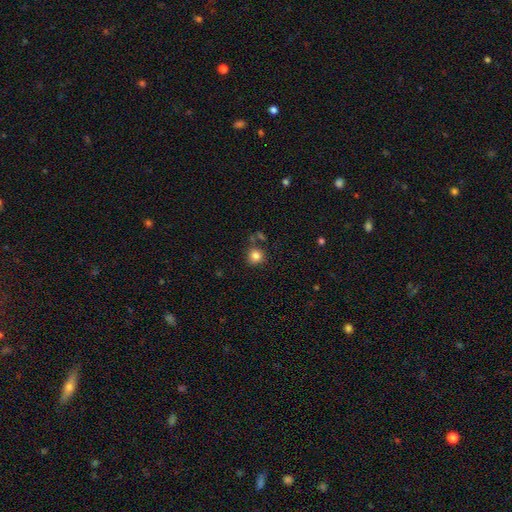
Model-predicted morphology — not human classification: smooth-or-featured: smooth: 83% | star or artifact: 11% | featured or disk: 5%
  how-rounded: round: 90% | in between: 9% | cigar-shaped: 1%
  merging: none: 79% | minor disturbance: 11% | merger: 7% | major disturbance: 3%